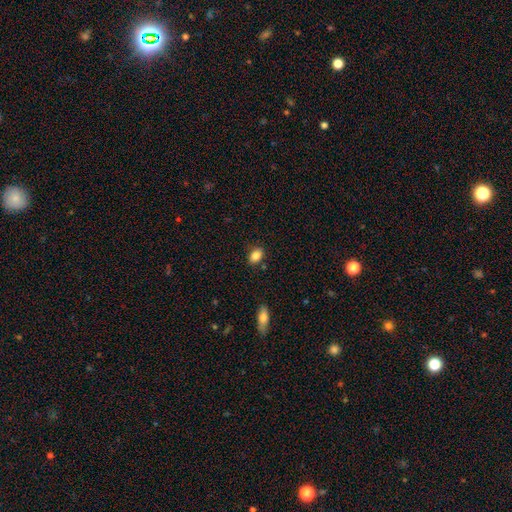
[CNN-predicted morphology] smooth-or-featured: smooth: 87% | star or artifact: 8% | featured or disk: 5%
  how-rounded: in between: 81% | round: 17% | cigar-shaped: 2%
  merging: none: 83% | minor disturbance: 12% | major disturbance: 3% | merger: 2%